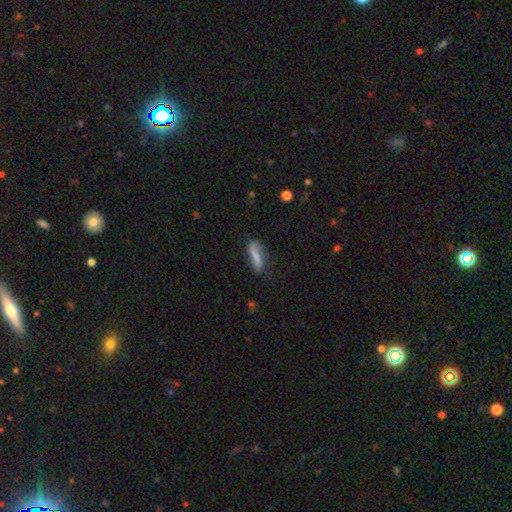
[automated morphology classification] Smooth or featured? smooth (76%)
How rounded? cigar-shaped (69%)
Merging? none (64%)